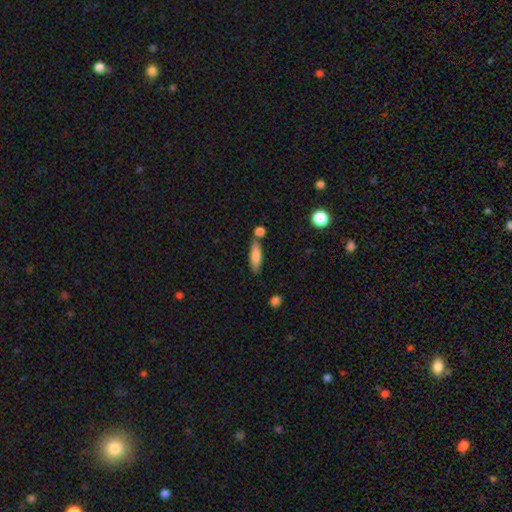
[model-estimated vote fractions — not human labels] Q: Smooth or featured?
A: smooth (78%); runner-up: featured or disk (16%)
Q: How rounded?
A: cigar-shaped (56%); runner-up: in between (42%)
Q: Merging?
A: none (68%); runner-up: merger (15%)